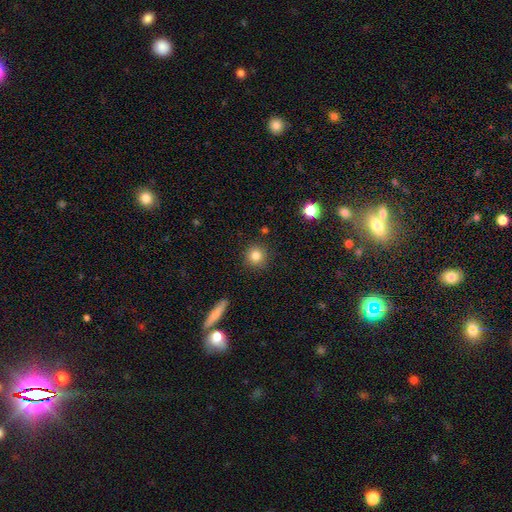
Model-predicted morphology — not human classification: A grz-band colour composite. It shows a smooth galaxy with no disk features (82%) that is round (93%). Merging: none (89%).